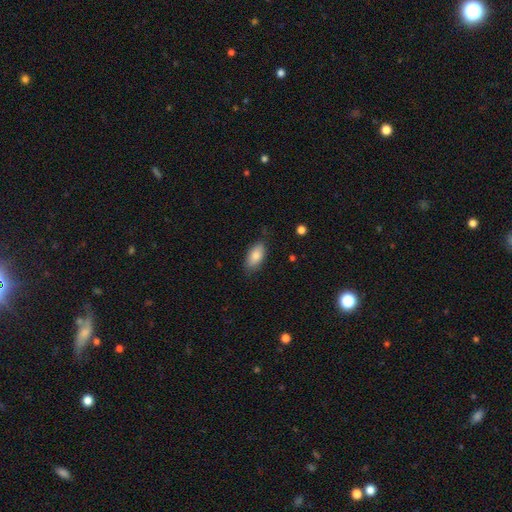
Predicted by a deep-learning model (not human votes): This appears to be a smooth galaxy with no disk features (83%) that is in between round and cigar-shaped (91%). Merging: none (79%).